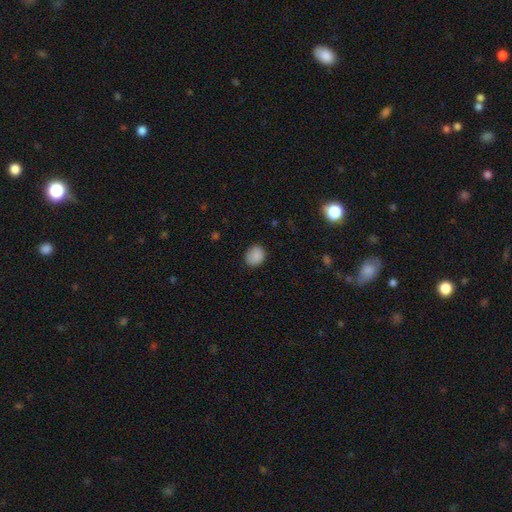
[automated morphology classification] Smooth or featured?
  - smooth: 87% *
  - star or artifact: 9%
  - featured or disk: 4%
How rounded?
  - round: 66% *
  - in between: 33%
  - cigar-shaped: 1%
Merging?
  - none: 79% *
  - minor disturbance: 16%
  - major disturbance: 3%
  - merger: 1%